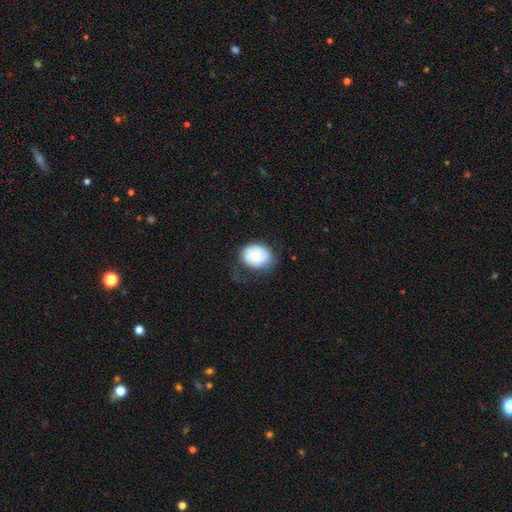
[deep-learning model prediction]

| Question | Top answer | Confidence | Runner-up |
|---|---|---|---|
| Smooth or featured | smooth | 67% | featured or disk (26%) |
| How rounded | round | 55% | in between (44%) |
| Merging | none | 54% | minor disturbance (30%) |